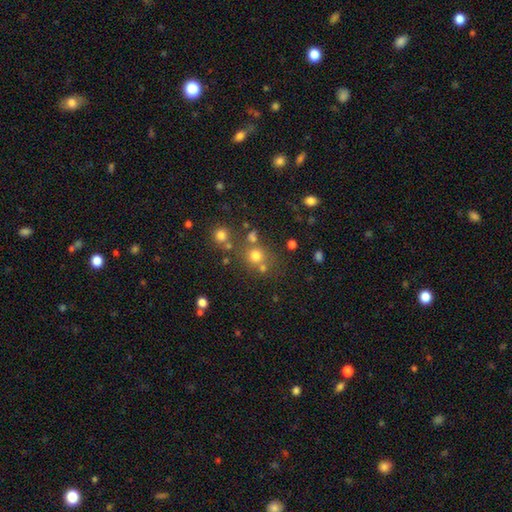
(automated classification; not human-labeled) smooth 72%, star or artifact 19%, featured or disk 9%. Down the decision tree: how rounded — round (87%); merging — none (66%).